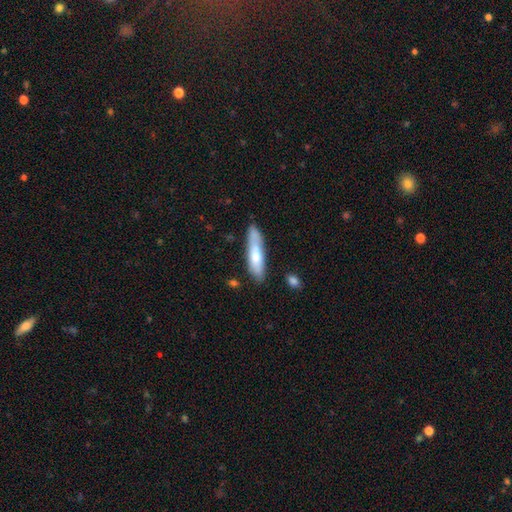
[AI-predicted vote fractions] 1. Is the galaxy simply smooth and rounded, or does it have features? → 68% smooth, 27% featured or disk, 5% star or artifact.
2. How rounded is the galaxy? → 75% cigar-shaped, 24% in between, 1% round.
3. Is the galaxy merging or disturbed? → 72% none, 19% minor disturbance, 4% major disturbance, 4% merger.